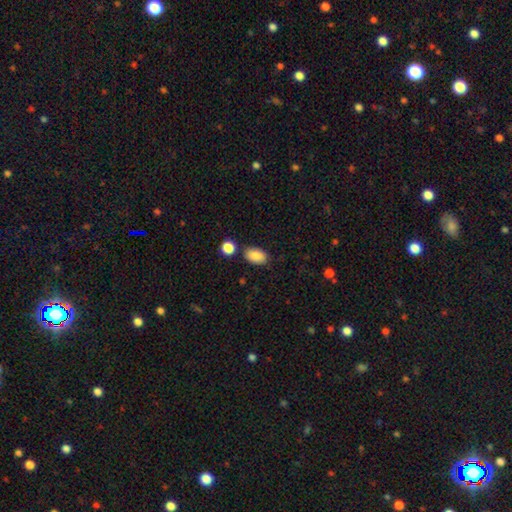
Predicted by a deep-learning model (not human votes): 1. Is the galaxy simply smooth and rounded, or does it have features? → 88% smooth, 7% star or artifact, 5% featured or disk.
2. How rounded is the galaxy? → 90% in between, 8% round, 1% cigar-shaped.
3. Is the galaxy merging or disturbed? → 78% none, 13% minor disturbance, 6% merger, 3% major disturbance.